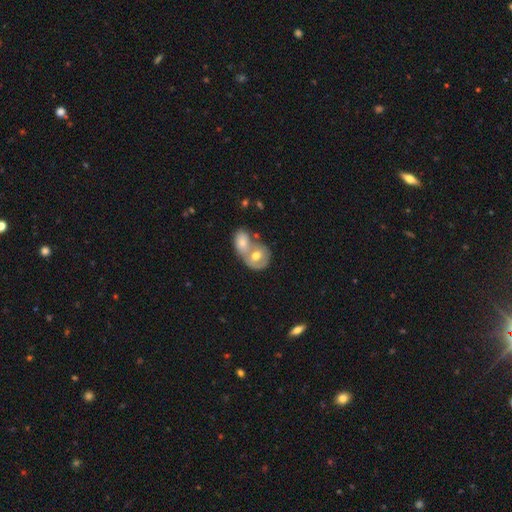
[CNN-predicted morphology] This is possibly a featured or disk galaxy (53%). It is clearly not viewed edge-on (94%). Merging: likely merger (66%).